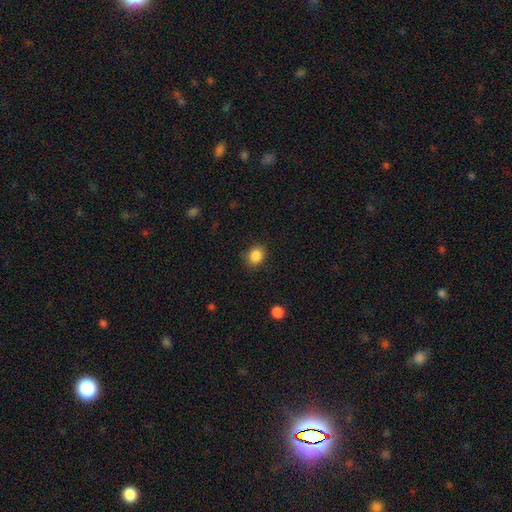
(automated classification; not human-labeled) smooth-or-featured: smooth: 87% | star or artifact: 10% | featured or disk: 3%
  how-rounded: round: 60% | in between: 39% | cigar-shaped: 1%
  merging: none: 84% | minor disturbance: 12% | major disturbance: 3% | merger: 1%